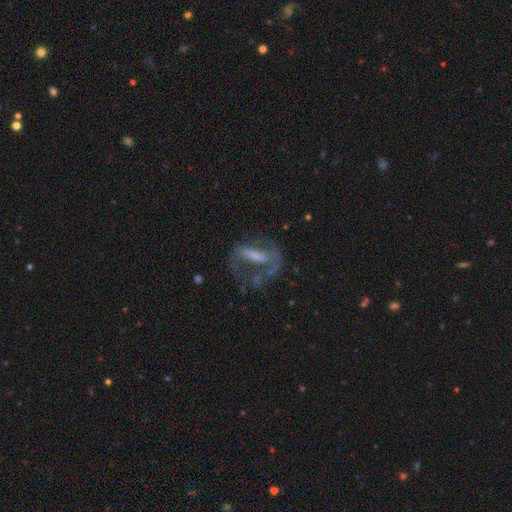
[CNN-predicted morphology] smooth_or_featured: featured or disk (p=0.69) [alt: smooth p=0.20]
disk_edge_on: no (p=0.89) [alt: yes p=0.11]
bar: strong (p=0.53) [alt: weak p=0.29]
has_spiral_arms: yes (p=0.68) [alt: no p=0.32]
bulge_size: small (p=0.31) [alt: none p=0.29]
merging: none (p=0.45) [alt: major disturbance p=0.34]